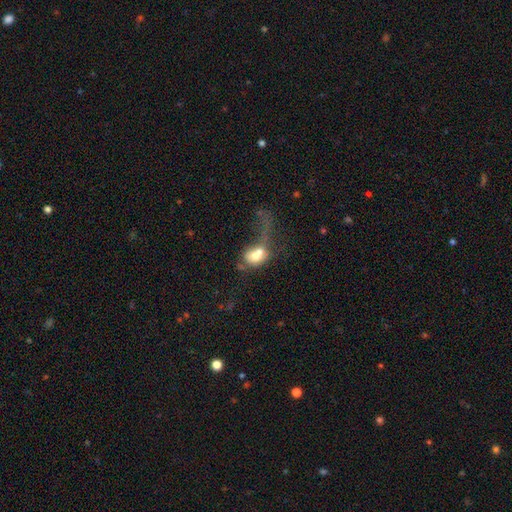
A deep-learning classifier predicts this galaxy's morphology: Smooth or featured? smooth (64%)
How rounded? in between (63%)
Merging? merger (49%)